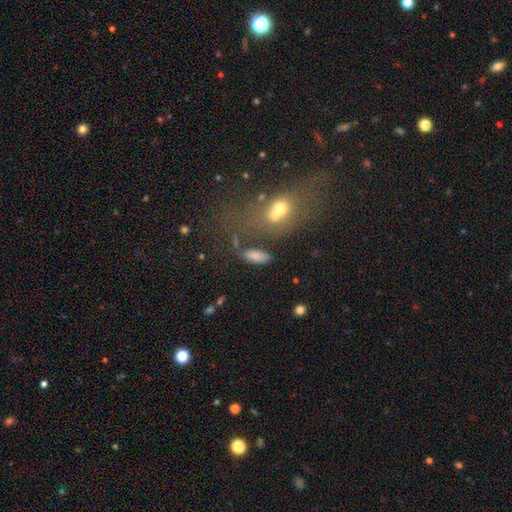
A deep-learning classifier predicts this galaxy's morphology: smooth_or_featured: smooth (p=0.80) [alt: featured or disk p=0.10]
how_rounded: in between (p=0.76) [alt: cigar-shaped p=0.20]
merging: none (p=0.67) [alt: minor disturbance p=0.15]